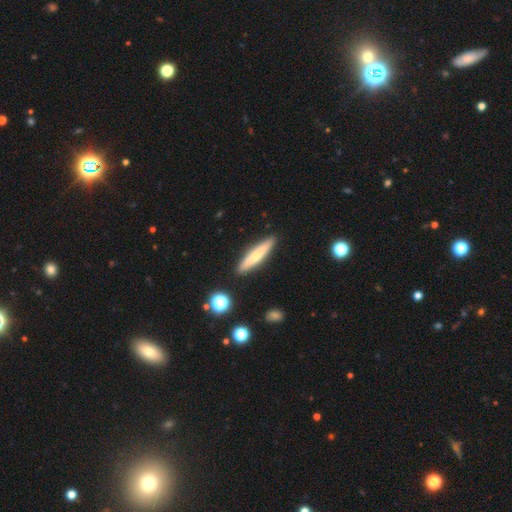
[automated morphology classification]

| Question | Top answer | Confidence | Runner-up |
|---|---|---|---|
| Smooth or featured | smooth | 55% | featured or disk (38%) |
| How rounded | cigar-shaped | 88% | in between (11%) |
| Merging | none | 89% | minor disturbance (7%) |